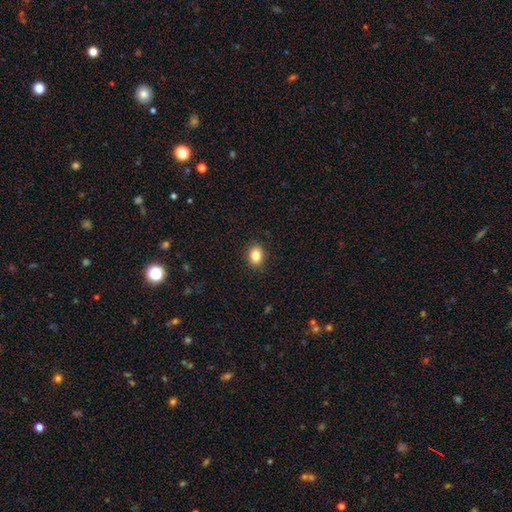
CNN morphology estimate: Smooth or featured? smooth (84%)
How rounded? in between (59%)
Merging? none (89%)